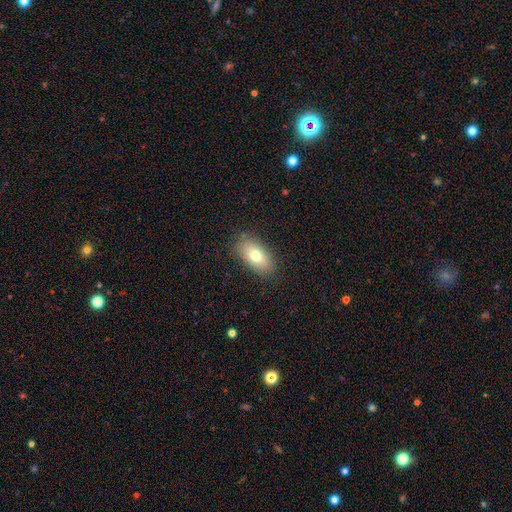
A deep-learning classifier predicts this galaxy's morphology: smooth 74%, featured or disk 17%, star or artifact 9%. Down the decision tree: how rounded — in between (91%); merging — none (85%).